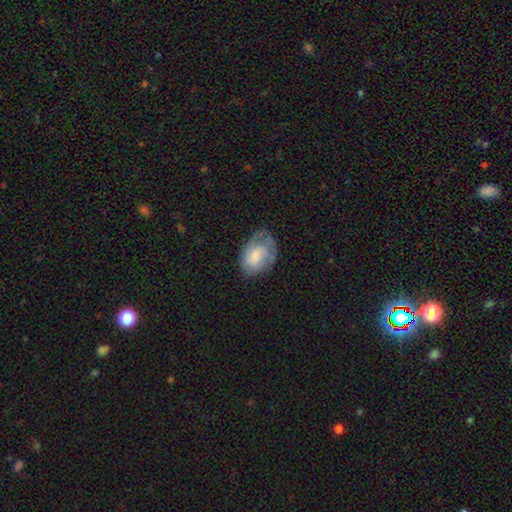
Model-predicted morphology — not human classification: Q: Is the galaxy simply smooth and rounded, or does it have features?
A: smooth — 53%.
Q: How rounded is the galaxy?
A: in between — 80%.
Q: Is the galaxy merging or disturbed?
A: none — 52%.